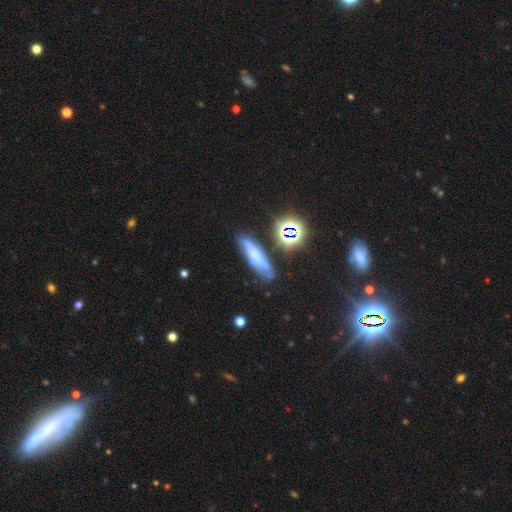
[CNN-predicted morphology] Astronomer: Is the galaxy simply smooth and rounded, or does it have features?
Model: smooth — 46% (runner-up: featured or disk, 33%).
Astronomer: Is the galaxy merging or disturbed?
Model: none — 67%.